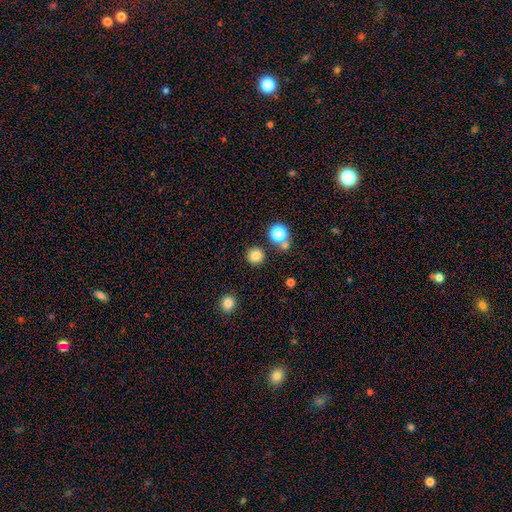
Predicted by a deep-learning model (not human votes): A smooth galaxy with no disk features (81%) that is round (91%).

Vote fractions:
- Smooth or featured? smooth: 81% / star or artifact: 14% / featured or disk: 5%
- How rounded? round: 91% / in between: 8% / cigar-shaped: 1%
- Merging? none: 85% / minor disturbance: 7% / merger: 5% / major disturbance: 3%